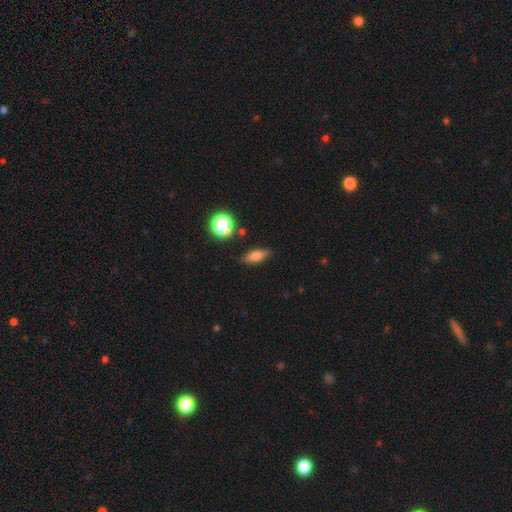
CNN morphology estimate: type=smooth (66%); roundness=in between (58%); merging=none (83%).